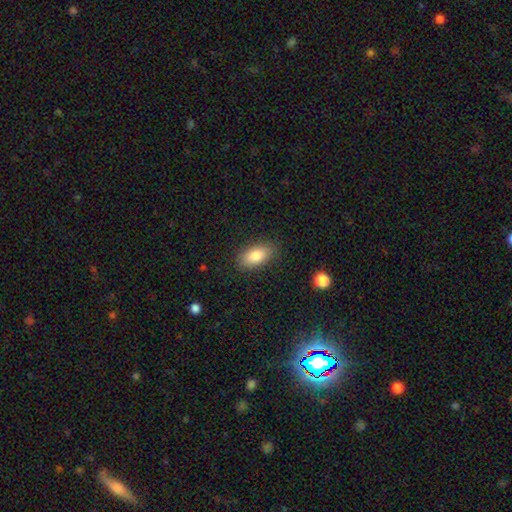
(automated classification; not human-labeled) A smooth galaxy with no disk features (82%) that is in between round and cigar-shaped (88%). Merging: none (85%).